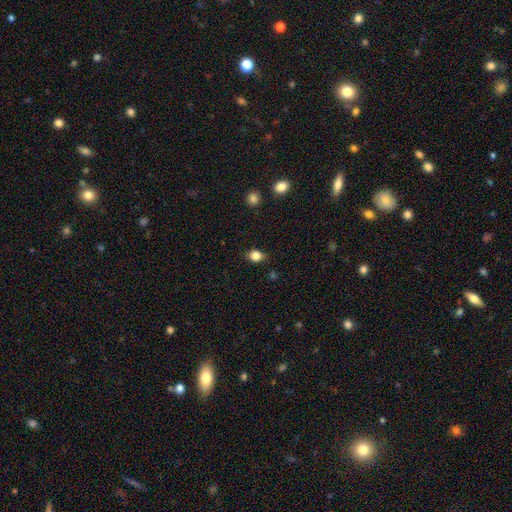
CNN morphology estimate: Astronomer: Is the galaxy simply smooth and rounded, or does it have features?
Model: smooth — 83%.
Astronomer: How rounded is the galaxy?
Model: in between — 55% (runner-up: round, 43%).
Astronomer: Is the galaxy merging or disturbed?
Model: none — 83%.